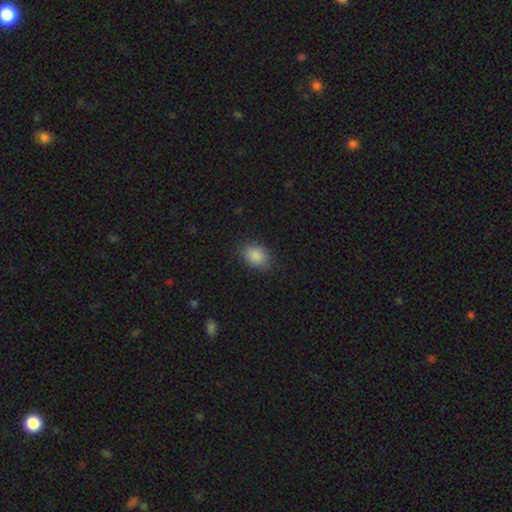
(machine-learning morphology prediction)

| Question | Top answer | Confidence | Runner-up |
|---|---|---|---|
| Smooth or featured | smooth | 88% | star or artifact (8%) |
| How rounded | in between | 67% | round (32%) |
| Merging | none | 85% | minor disturbance (11%) |